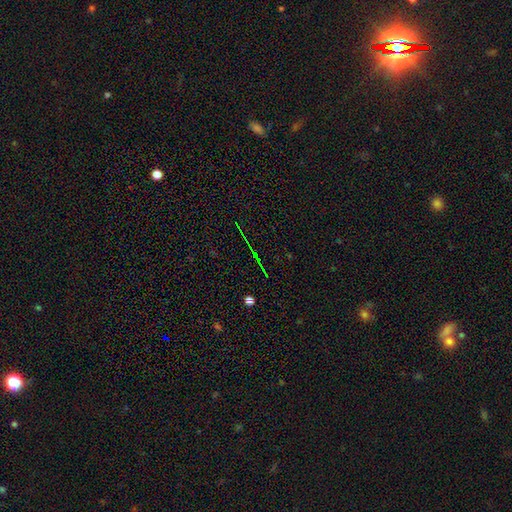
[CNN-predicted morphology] smooth-or-featured: star or artifact: 74% | smooth: 14% | featured or disk: 13%